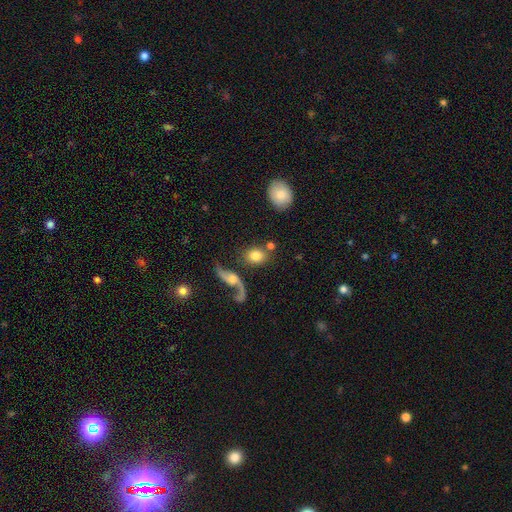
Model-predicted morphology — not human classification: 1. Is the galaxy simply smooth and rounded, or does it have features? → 72% smooth, 20% featured or disk, 8% star or artifact.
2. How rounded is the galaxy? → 56% round, 42% in between, 2% cigar-shaped.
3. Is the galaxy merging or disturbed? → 65% none, 15% merger, 12% minor disturbance, 8% major disturbance.